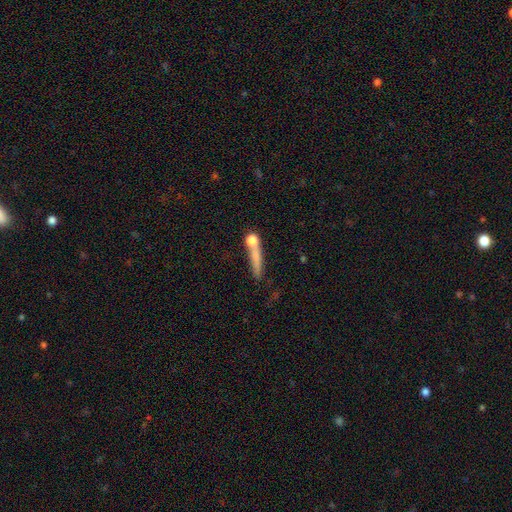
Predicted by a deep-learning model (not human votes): Overall: smooth (60%; featured or disk 28%). How rounded: cigar-shaped (73%). Merging: none (52%; merger 22%).